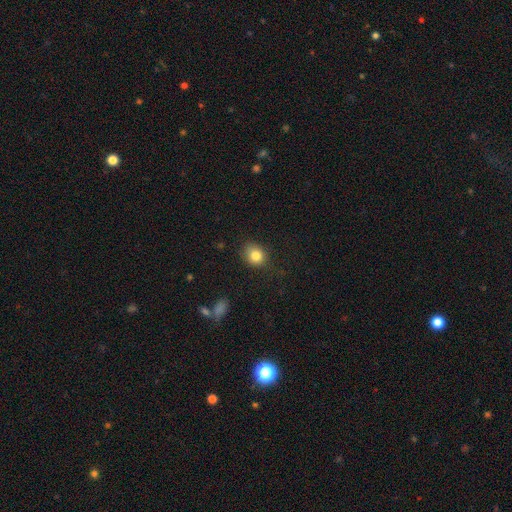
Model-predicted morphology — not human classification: smooth_or_featured: smooth (p=0.82) [alt: star or artifact p=0.10]
how_rounded: round (p=0.61) [alt: in between p=0.38]
merging: none (p=0.78) [alt: minor disturbance p=0.17]